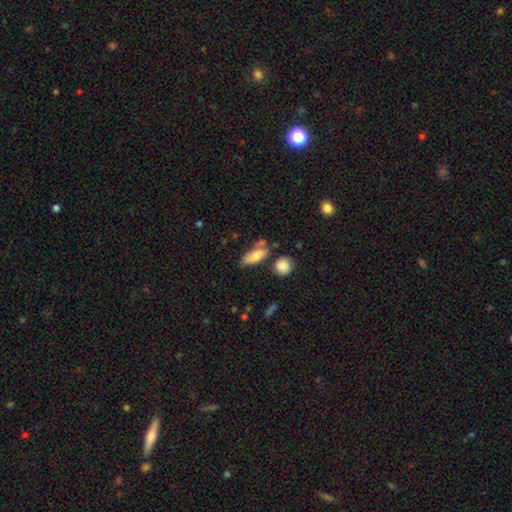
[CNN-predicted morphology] A smooth galaxy with no disk features (70%) that is in between round and cigar-shaped (75%). Merging: none (53%).